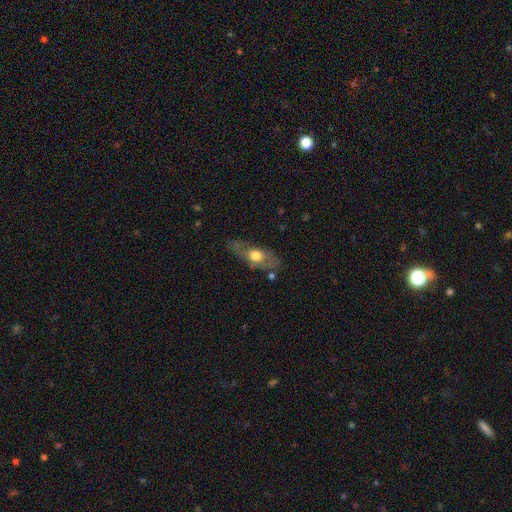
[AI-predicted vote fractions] This is possibly a featured or disk galaxy (47%). Merging: likely none (64%).